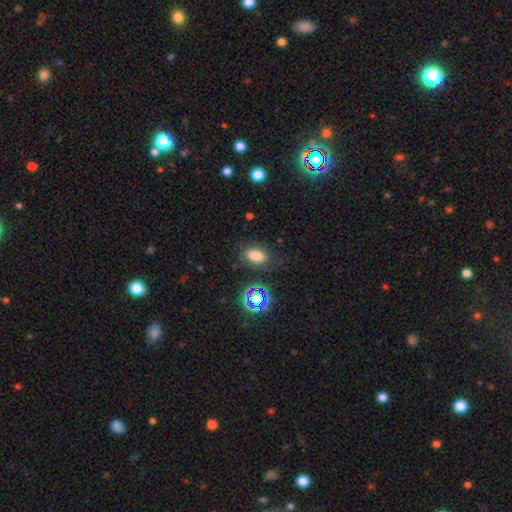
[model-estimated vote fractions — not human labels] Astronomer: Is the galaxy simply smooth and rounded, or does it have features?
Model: smooth — 74%.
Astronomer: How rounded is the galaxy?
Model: in between — 87%.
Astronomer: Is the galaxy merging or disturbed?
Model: none — 75%.